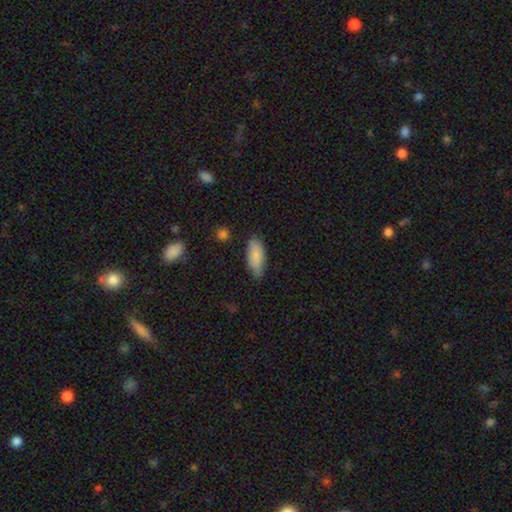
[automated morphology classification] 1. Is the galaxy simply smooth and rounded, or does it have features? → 85% smooth, 9% featured or disk, 6% star or artifact.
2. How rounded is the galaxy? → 81% in between, 17% cigar-shaped, 2% round.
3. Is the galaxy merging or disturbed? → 71% none, 23% minor disturbance, 4% major disturbance, 2% merger.